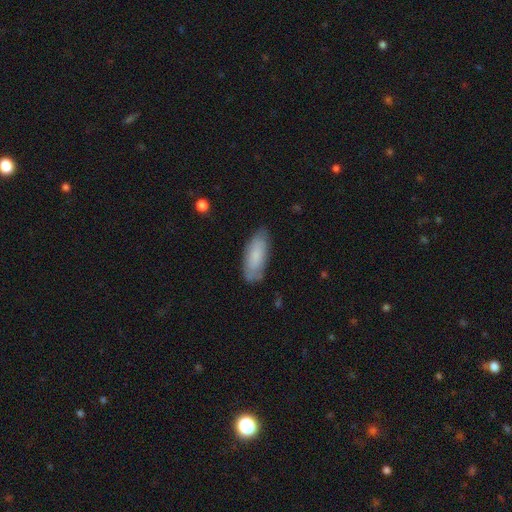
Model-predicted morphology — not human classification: This appears to be a smooth galaxy with no disk features (79%) that is in between round and cigar-shaped (76%). Merging: none (77%).